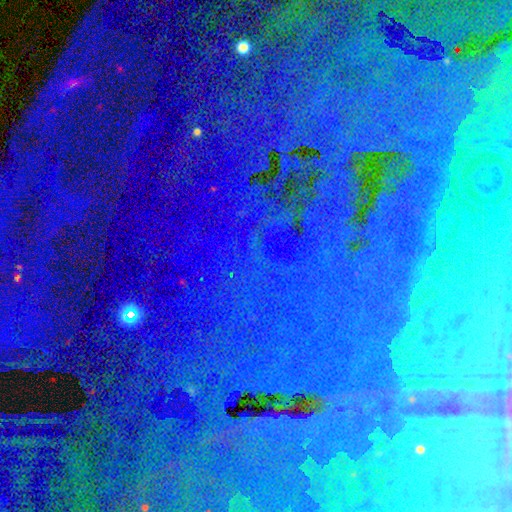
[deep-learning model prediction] This appears to be a star or artifact, not a galaxy (82%).